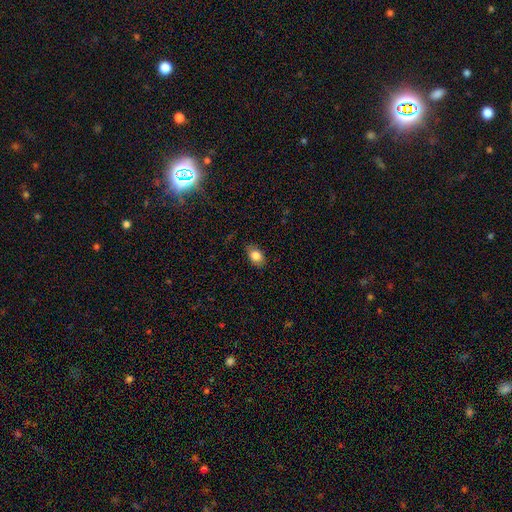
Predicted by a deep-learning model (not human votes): A smooth galaxy with no disk features (83%) that is in between round and cigar-shaped (83%).

Vote fractions:
- Smooth or featured? smooth: 83% / featured or disk: 9% / star or artifact: 8%
- How rounded? in between: 83% / round: 16% / cigar-shaped: 2%
- Merging? none: 82% / minor disturbance: 14% / major disturbance: 3% / merger: 1%